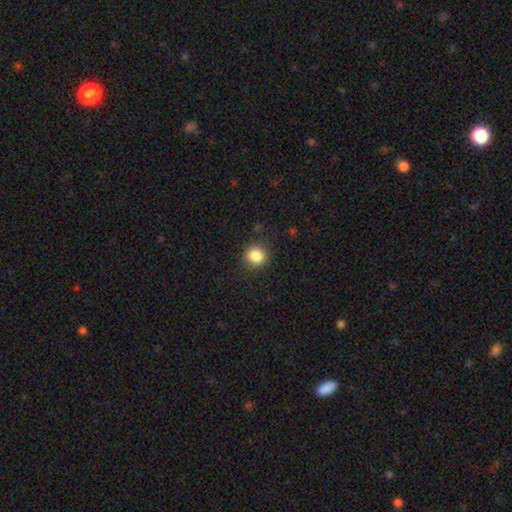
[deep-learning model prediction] smooth_or_featured: smooth (p=0.85) [alt: star or artifact p=0.11]
how_rounded: round (p=0.87) [alt: in between p=0.12]
merging: none (p=0.88) [alt: minor disturbance p=0.08]